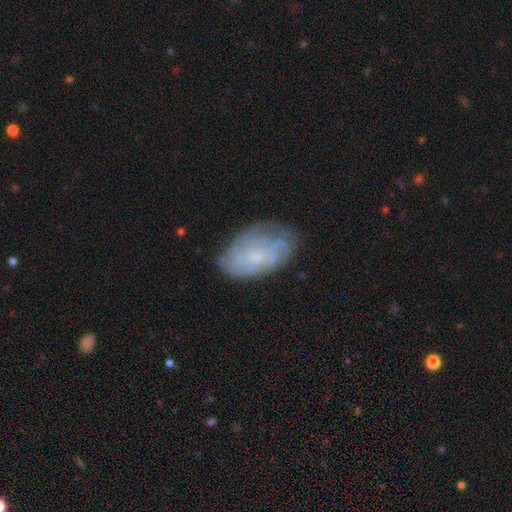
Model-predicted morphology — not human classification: featured or disk 59%, smooth 32%, star or artifact 9%. Down the decision tree: edge-on disk — no (95%); bar — no (74%); spiral arms — yes (73%); bulge size — small (69%); merging — none (70%).